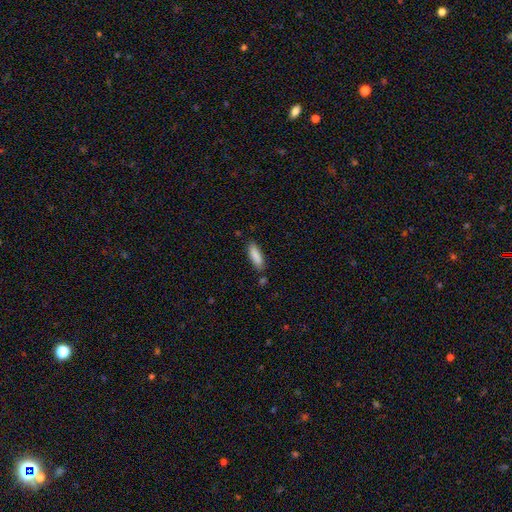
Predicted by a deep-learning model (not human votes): smooth_or_featured: smooth (p=0.87) [alt: featured or disk p=0.06]
how_rounded: in between (p=0.50) [alt: cigar-shaped p=0.48]
merging: none (p=0.78) [alt: minor disturbance p=0.15]